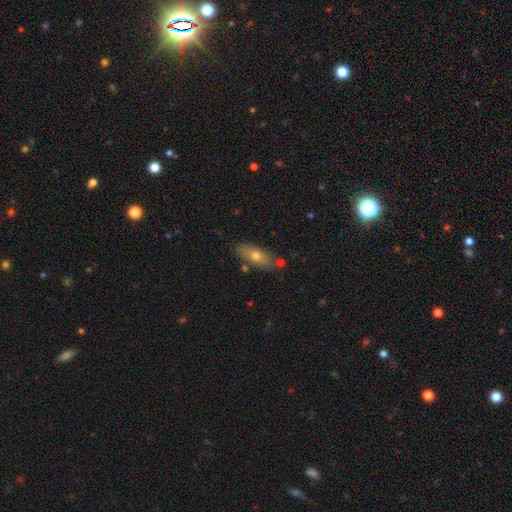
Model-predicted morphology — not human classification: This is likely a smooth galaxy (63%). How rounded: likely in between (66%). Merging: likely none (76%).